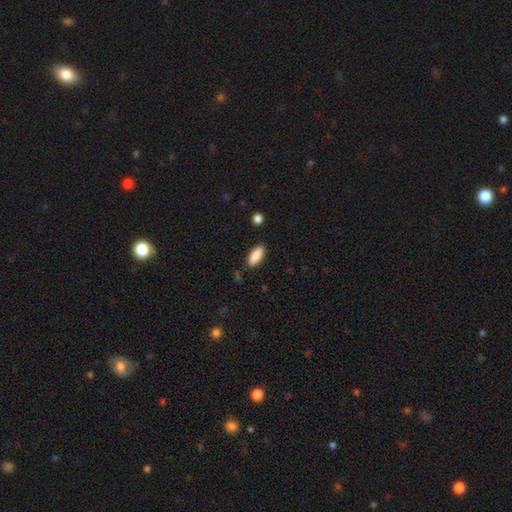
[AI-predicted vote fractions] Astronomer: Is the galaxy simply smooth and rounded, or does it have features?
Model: smooth — 88%.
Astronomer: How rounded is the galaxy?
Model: in between — 78%.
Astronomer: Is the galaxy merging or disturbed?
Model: none — 86%.